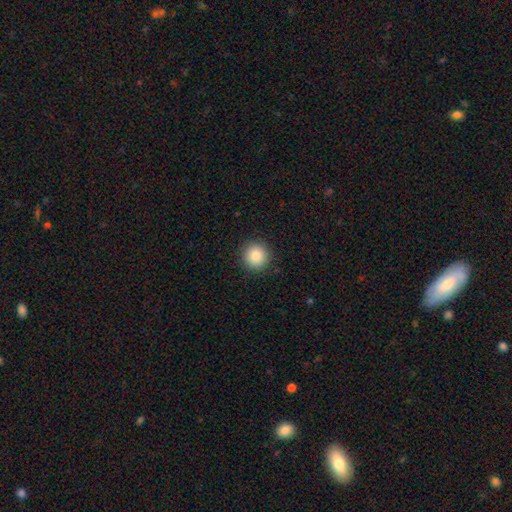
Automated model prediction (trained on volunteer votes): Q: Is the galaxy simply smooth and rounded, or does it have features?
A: smooth — 86%.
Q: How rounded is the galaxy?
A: round — 94%.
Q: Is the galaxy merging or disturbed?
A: none — 91%.